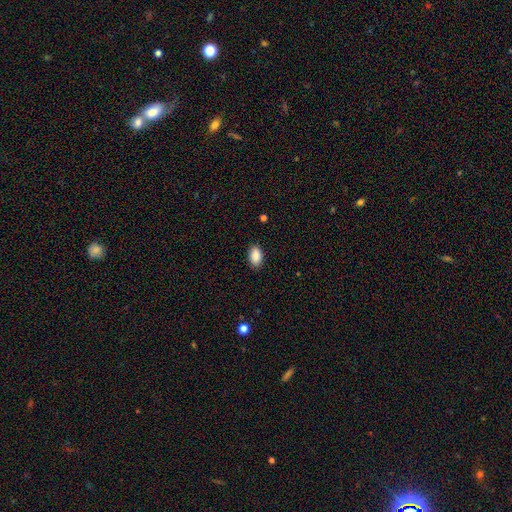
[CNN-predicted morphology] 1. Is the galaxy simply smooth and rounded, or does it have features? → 90% smooth, 7% star or artifact, 3% featured or disk.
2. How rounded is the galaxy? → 92% in between, 7% round, 1% cigar-shaped.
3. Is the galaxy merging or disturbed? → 87% none, 9% minor disturbance, 2% major disturbance, 1% merger.